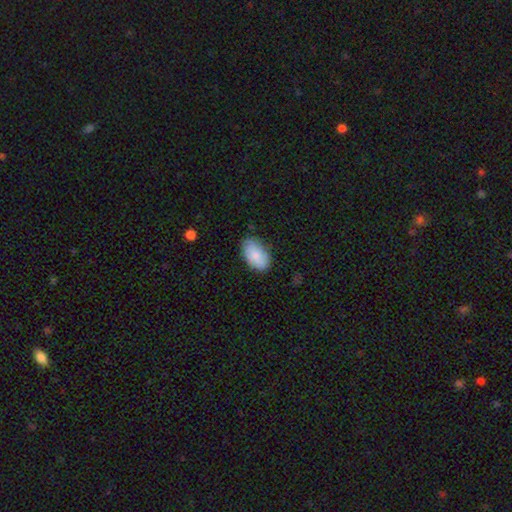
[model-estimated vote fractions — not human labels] Smooth or featured? Predicted: smooth (p=0.81). How rounded? Predicted: in between (p=0.93). Merging? Predicted: none (p=0.75).